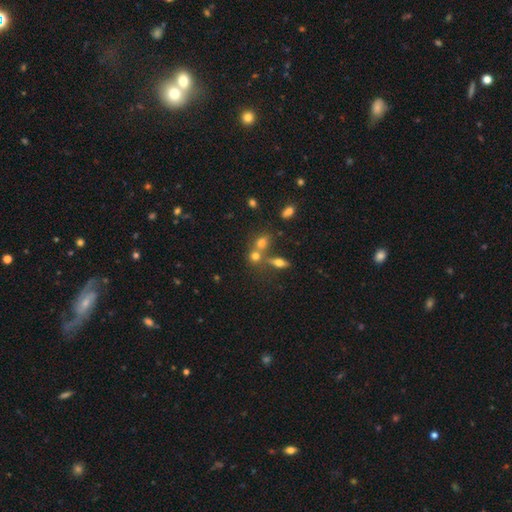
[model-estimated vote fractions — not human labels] This appears to be a smooth galaxy with no disk features (66%) that is round (61%). Merging: merger (50%).